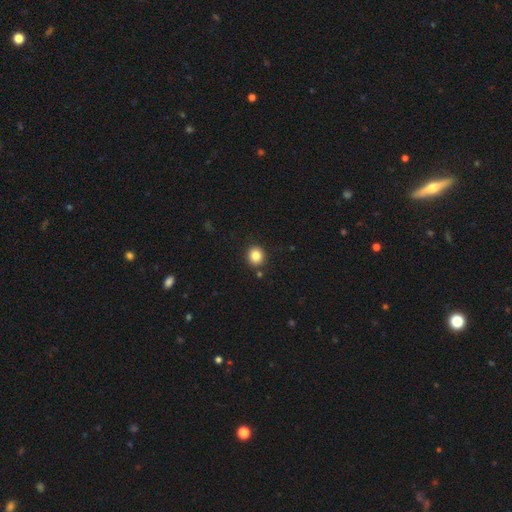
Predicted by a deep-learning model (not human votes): The model was most divided on "smooth or featured": smooth: 84%, star or artifact: 11%, featured or disk: 5%. More confident: merging — none (89%); how rounded — round (86%).